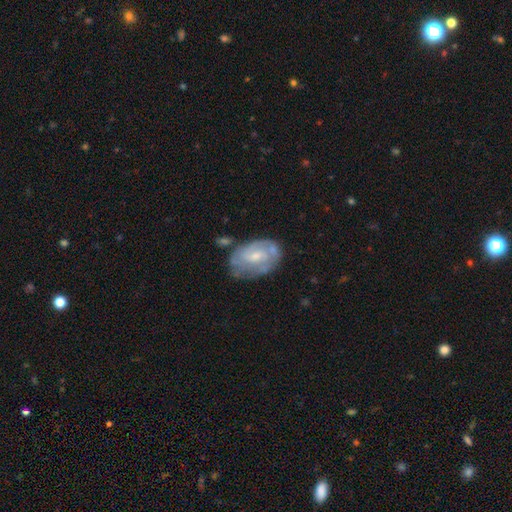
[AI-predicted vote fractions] Overall: featured or disk (69%). Edge-on disk: no (96%). Bar: no (51%; weak 42%). Spiral arms: yes (76%). Spiral arm count: can't tell (43%; 2 35%). Spiral winding: tight (52%; medium 35%). Bulge size: small (53%; moderate 39%). Merging: none (59%; minor disturbance 25%).